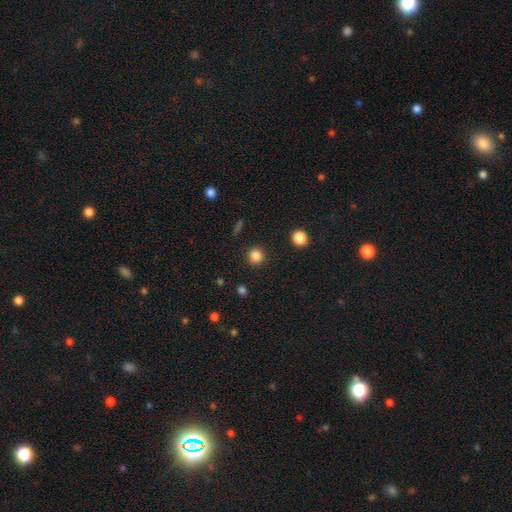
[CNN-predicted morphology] smooth 84%, star or artifact 12%, featured or disk 4%. Down the decision tree: how rounded — round (93%); merging — none (91%).